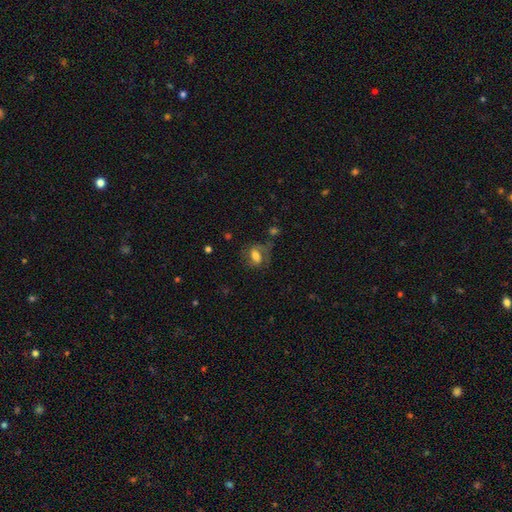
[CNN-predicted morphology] A smooth galaxy with no disk features (57%) that is in between round and cigar-shaped (79%). Merging: none (48%).